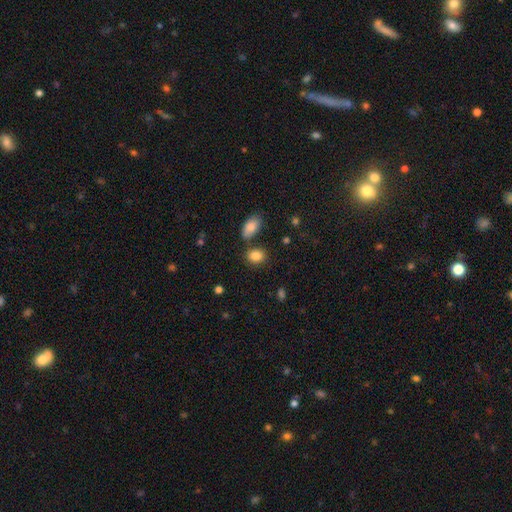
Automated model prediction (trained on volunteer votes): Smooth or featured: smooth — 86% (star or artifact — 9%)
How rounded: in between — 68% (round — 30%)
Merging: none — 71% (minor disturbance — 13%)